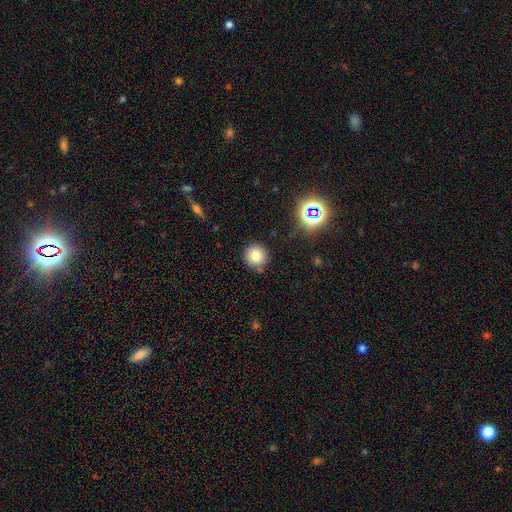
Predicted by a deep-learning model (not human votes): smooth-or-featured: smooth: 77% | star or artifact: 14% | featured or disk: 9%
  how-rounded: round: 93% | in between: 6% | cigar-shaped: 1%
  merging: none: 86% | minor disturbance: 8% | merger: 3% | major disturbance: 2%